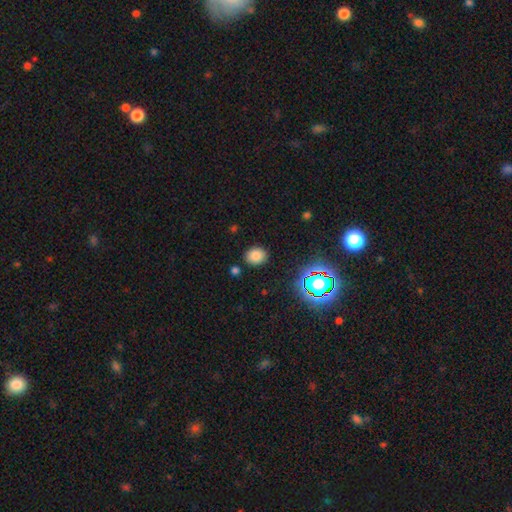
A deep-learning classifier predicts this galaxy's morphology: smooth 79%, star or artifact 15%, featured or disk 6%. Down the decision tree: how rounded — round (58%); merging — none (87%).